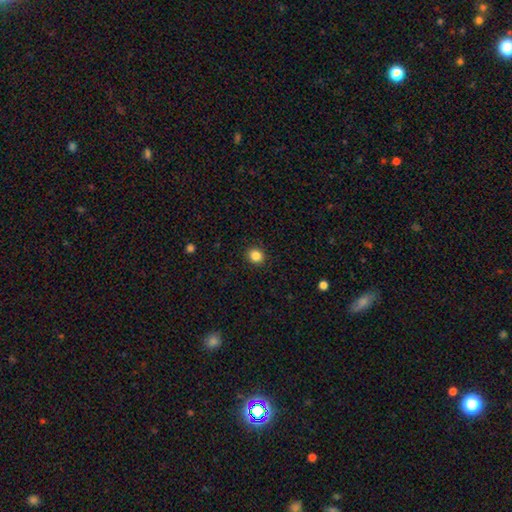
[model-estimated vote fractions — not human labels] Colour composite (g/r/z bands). It shows a smooth galaxy with no disk features (86%) that is round (80%). Merging: none (91%).